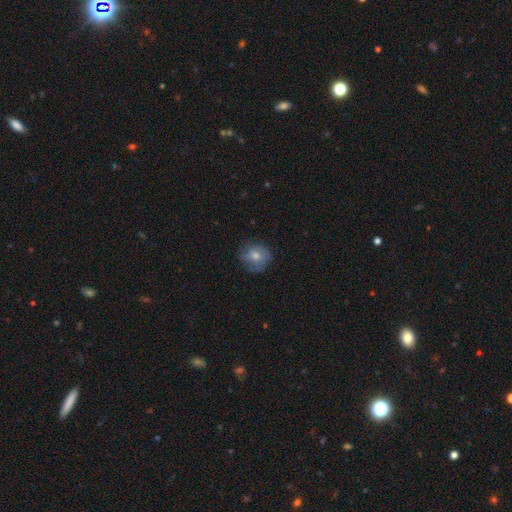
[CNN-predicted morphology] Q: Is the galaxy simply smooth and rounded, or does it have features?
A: smooth — 63%.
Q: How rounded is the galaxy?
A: round — 81%.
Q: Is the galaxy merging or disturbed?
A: none — 69%.